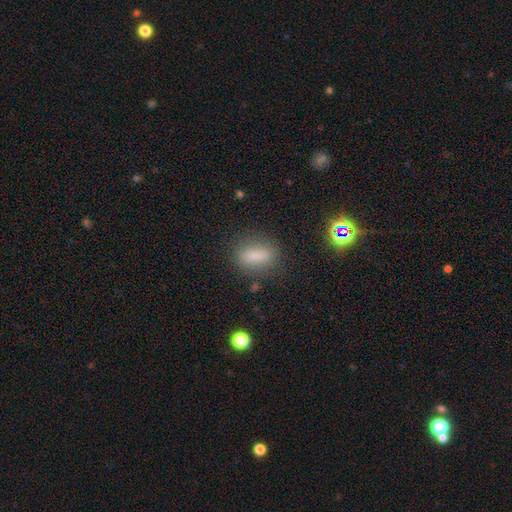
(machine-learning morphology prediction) smooth-or-featured: smooth: 76% | star or artifact: 13% | featured or disk: 11%
  how-rounded: in between: 64% | cigar-shaped: 24% | round: 12%
  merging: none: 80% | minor disturbance: 13% | major disturbance: 5% | merger: 3%